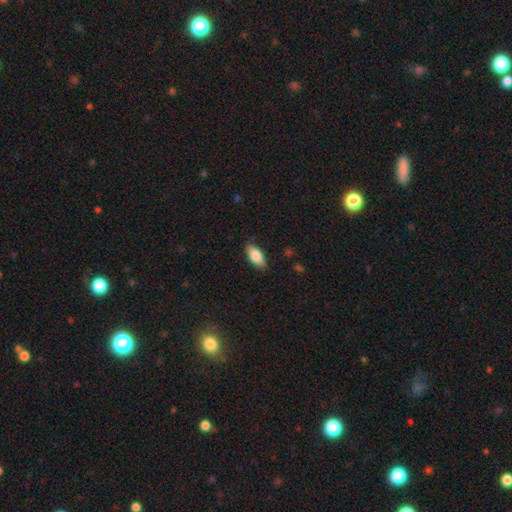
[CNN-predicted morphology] This is clearly a smooth galaxy (83%). How rounded: clearly in between (88%). Merging: clearly none (86%).